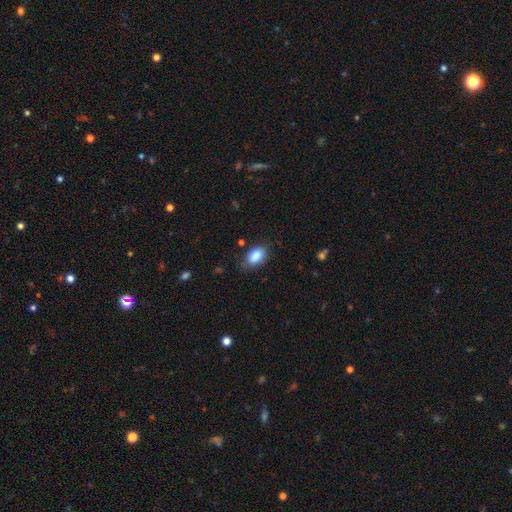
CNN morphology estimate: Overall: smooth (85%). How rounded: in between (89%). Merging: none (75%).